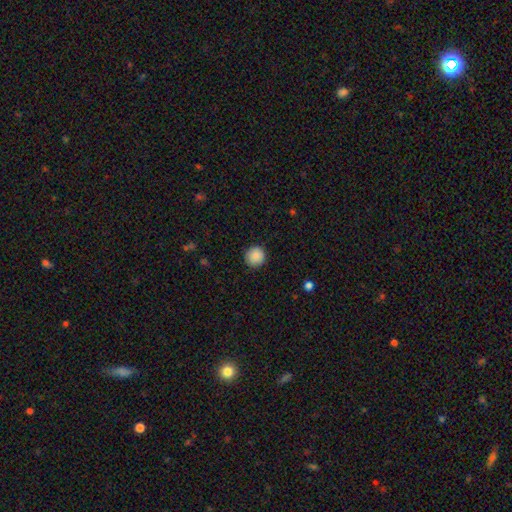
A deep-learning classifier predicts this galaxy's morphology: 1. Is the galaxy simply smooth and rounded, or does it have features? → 88% smooth, 8% star or artifact, 4% featured or disk.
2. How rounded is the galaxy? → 94% round, 5% in between, 1% cigar-shaped.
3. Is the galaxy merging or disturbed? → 90% none, 8% minor disturbance, 2% major disturbance, 1% merger.